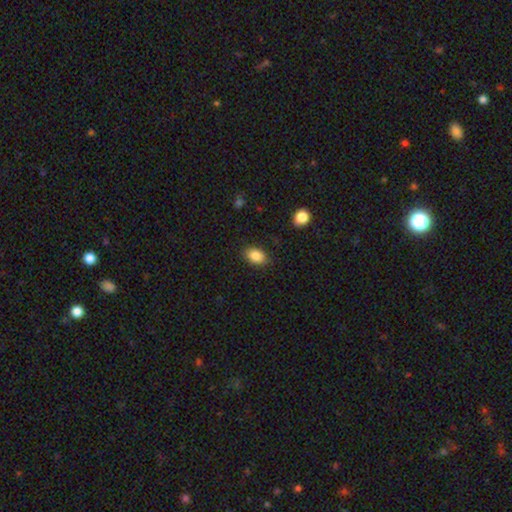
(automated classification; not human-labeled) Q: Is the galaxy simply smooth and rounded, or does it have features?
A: smooth — 87%.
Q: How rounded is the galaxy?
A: in between — 82%.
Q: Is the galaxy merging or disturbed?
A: none — 85%.